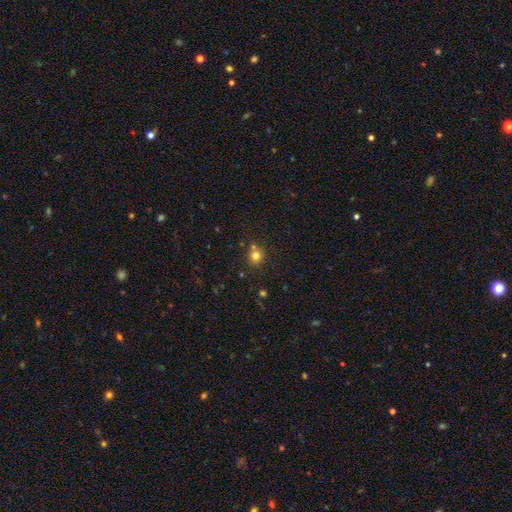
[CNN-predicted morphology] smooth_or_featured: smooth (p=0.77) [alt: star or artifact p=0.16]
how_rounded: round (p=0.89) [alt: in between p=0.10]
merging: none (p=0.71) [alt: merger p=0.17]